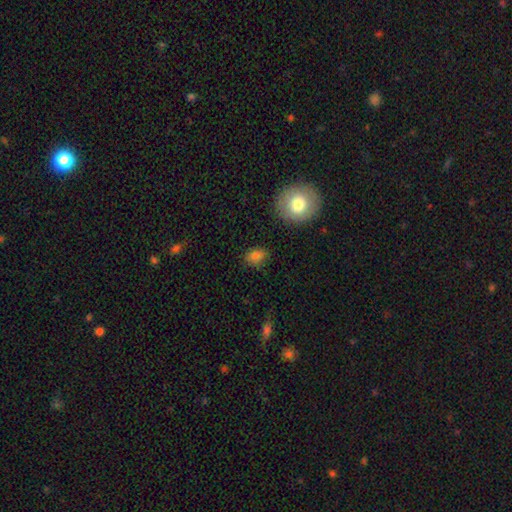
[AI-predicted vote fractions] smooth-or-featured: smooth: 80% | star or artifact: 13% | featured or disk: 7%
  how-rounded: in between: 63% | round: 35% | cigar-shaped: 2%
  merging: none: 79% | minor disturbance: 15% | major disturbance: 4% | merger: 2%